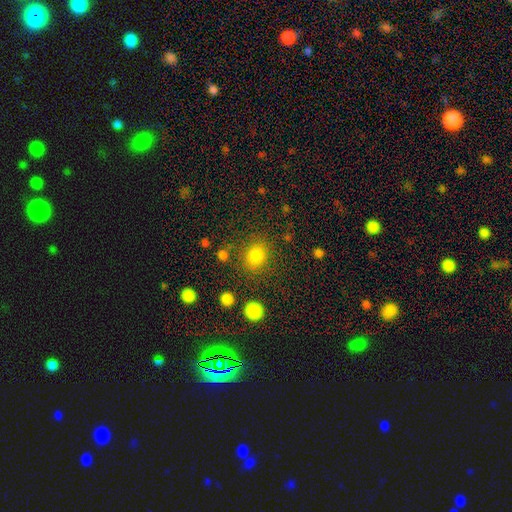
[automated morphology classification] Smooth or featured? smooth (81%)
How rounded? round (72%)
Merging? none (79%)